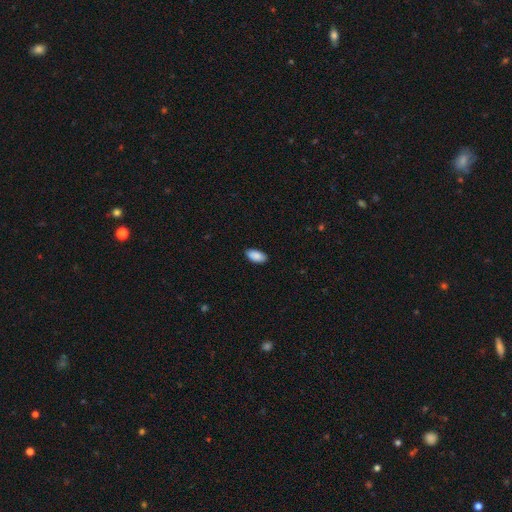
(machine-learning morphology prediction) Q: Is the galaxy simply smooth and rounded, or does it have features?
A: smooth — 89%.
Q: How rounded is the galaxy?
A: in between — 94%.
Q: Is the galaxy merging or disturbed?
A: none — 86%.